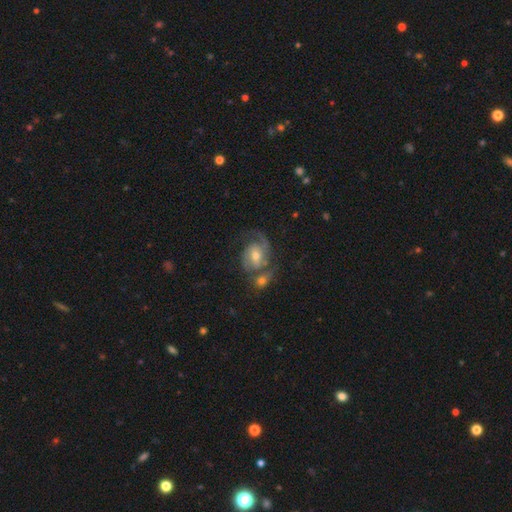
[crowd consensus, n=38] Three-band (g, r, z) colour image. It shows a featured or disk galaxy (89%) with no bar (47%), 2 (76%) medium (68%) spiral arms (100%) and a moderate central bulge (76%). Merging: none (54%).